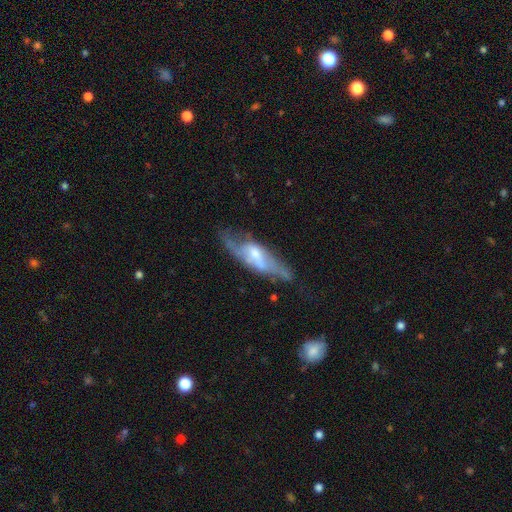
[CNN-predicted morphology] Overall: featured or disk (67%). Edge-on disk: no (73%). Merging: none (44%; minor disturbance 27%).